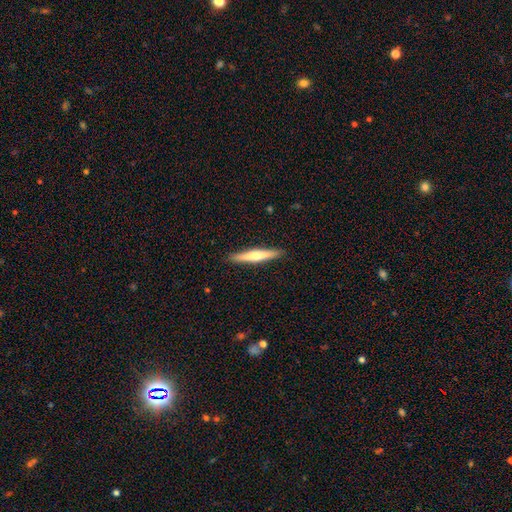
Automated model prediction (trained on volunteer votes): This is possibly a smooth galaxy (48%). Merging: clearly none (91%).